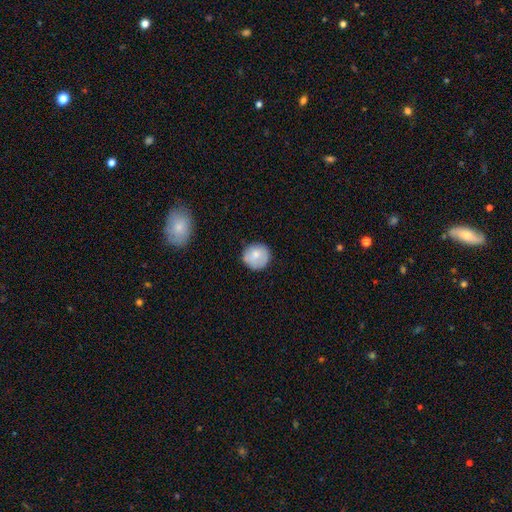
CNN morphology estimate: This appears to be a smooth galaxy with no disk features (78%) that is round (90%). Merging: none (80%).